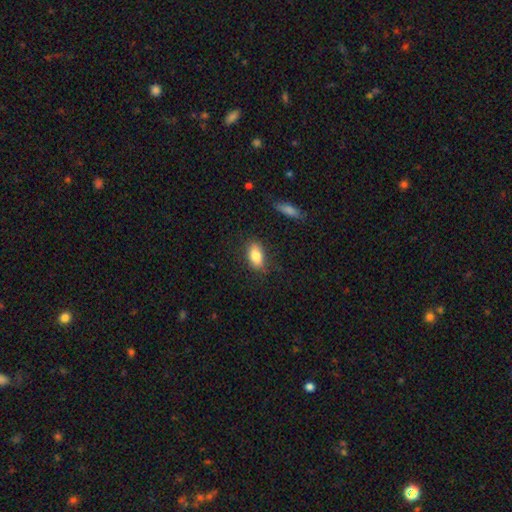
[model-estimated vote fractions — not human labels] A smooth galaxy with no disk features (83%) that is in between round and cigar-shaped (88%).

Vote fractions:
- Smooth or featured? smooth: 83% / featured or disk: 10% / star or artifact: 7%
- How rounded? in between: 88% / round: 6% / cigar-shaped: 6%
- Merging? none: 80% / minor disturbance: 14% / major disturbance: 4% / merger: 2%